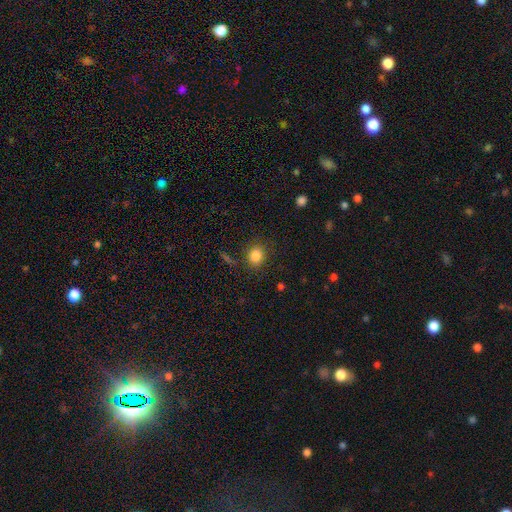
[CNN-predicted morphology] A smooth galaxy with no disk features (84%) that is round (73%). Merging: none (84%).